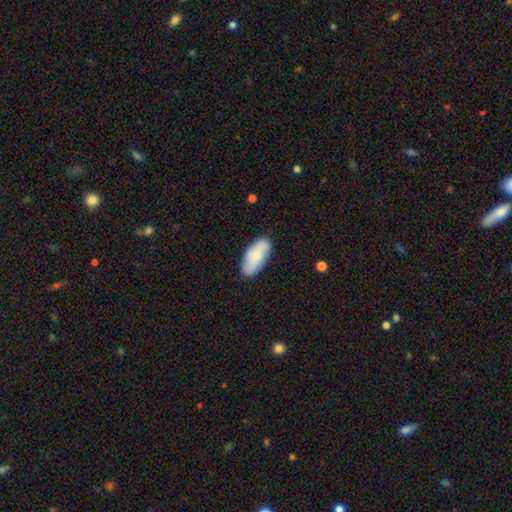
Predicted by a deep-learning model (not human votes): A smooth galaxy with no disk features (70%) that is in between round and cigar-shaped (90%). Merging: none (82%).